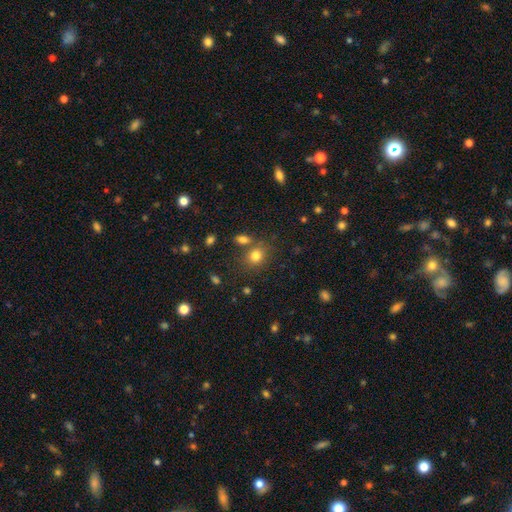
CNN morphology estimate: smooth_or_featured: smooth (p=0.79) [alt: star or artifact p=0.13]
how_rounded: round (p=0.66) [alt: in between p=0.33]
merging: none (p=0.69) [alt: merger p=0.16]